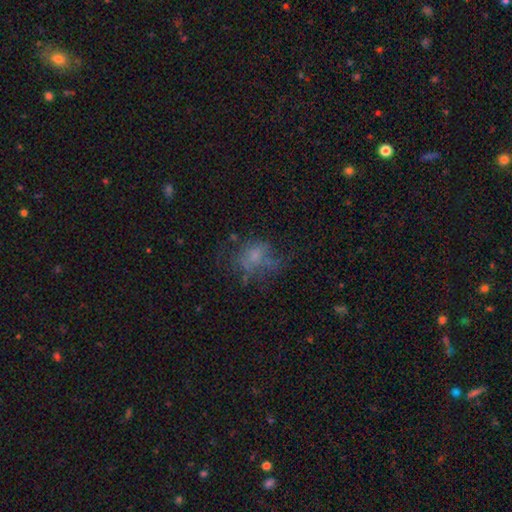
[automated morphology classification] smooth 44%, featured or disk 35%, star or artifact 21%. Down the decision tree: merging — none (44%).